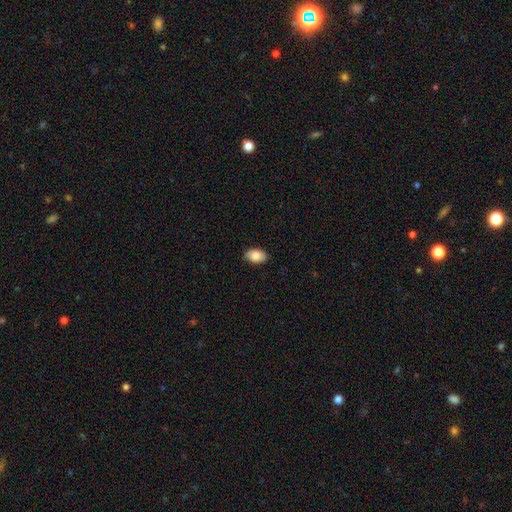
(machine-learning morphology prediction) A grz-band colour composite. It shows a smooth galaxy with no disk features (85%) that is in between round and cigar-shaped (89%). Merging: none (83%).